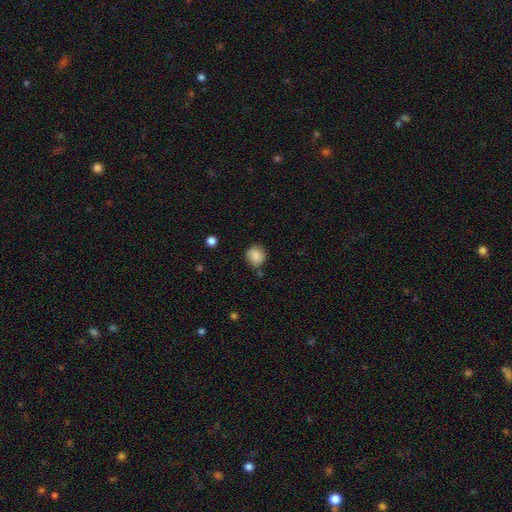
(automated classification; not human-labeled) smooth_or_featured: smooth (p=0.85) [alt: star or artifact p=0.09]
how_rounded: round (p=0.81) [alt: in between p=0.18]
merging: none (p=0.70) [alt: minor disturbance p=0.20]